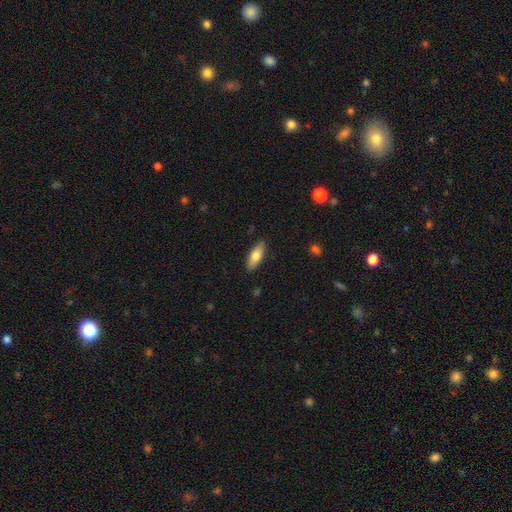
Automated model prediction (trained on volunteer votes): Q: Smooth or featured?
A: smooth (75%); runner-up: featured or disk (19%)
Q: How rounded?
A: in between (73%); runner-up: cigar-shaped (25%)
Q: Merging?
A: none (88%); runner-up: minor disturbance (9%)